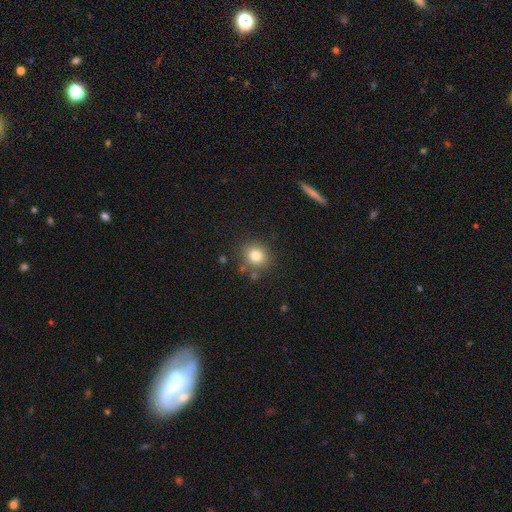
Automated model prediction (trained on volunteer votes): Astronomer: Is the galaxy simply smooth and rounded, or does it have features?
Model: smooth — 81%.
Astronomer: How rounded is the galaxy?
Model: round — 80%.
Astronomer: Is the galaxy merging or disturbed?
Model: none — 82%.